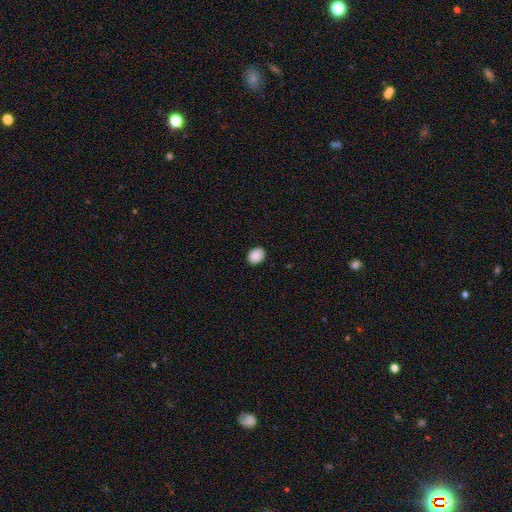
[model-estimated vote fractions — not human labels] smooth_or_featured: smooth (p=0.89) [alt: star or artifact p=0.08]
how_rounded: in between (p=0.55) [alt: round p=0.44]
merging: none (p=0.89) [alt: minor disturbance p=0.08]